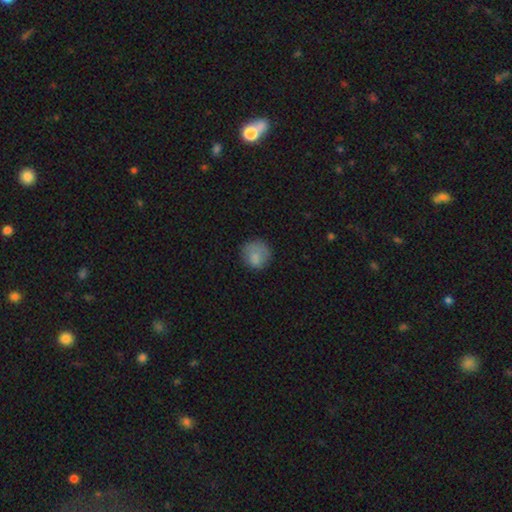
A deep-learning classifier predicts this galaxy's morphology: A smooth galaxy with no disk features (79%) that is round (85%). Merging: none (66%).